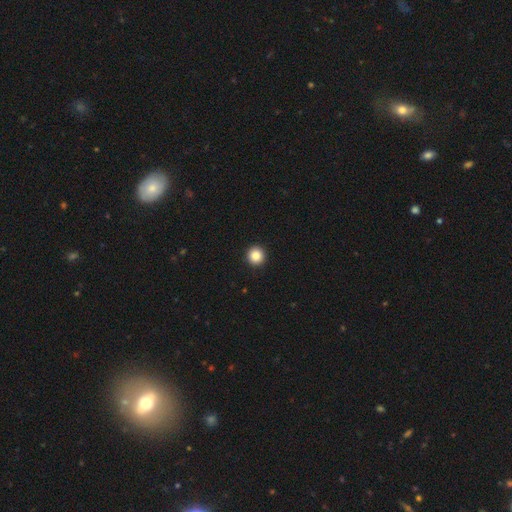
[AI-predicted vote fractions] Overall: smooth (86%). How rounded: round (96%). Merging: none (94%).